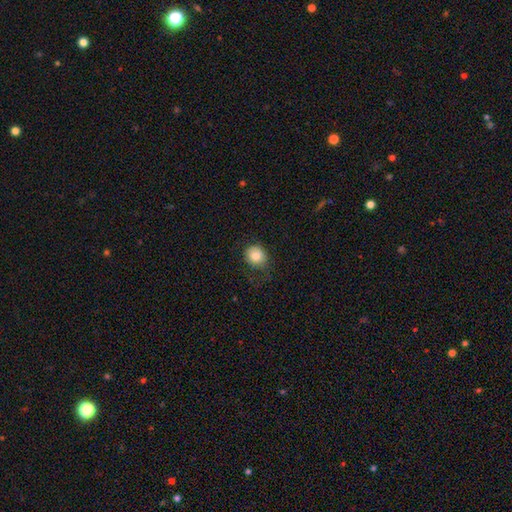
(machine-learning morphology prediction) Smooth or featured: smooth — 84% (star or artifact — 9%)
How rounded: round — 75% (in between — 24%)
Merging: none — 69% (minor disturbance — 22%)